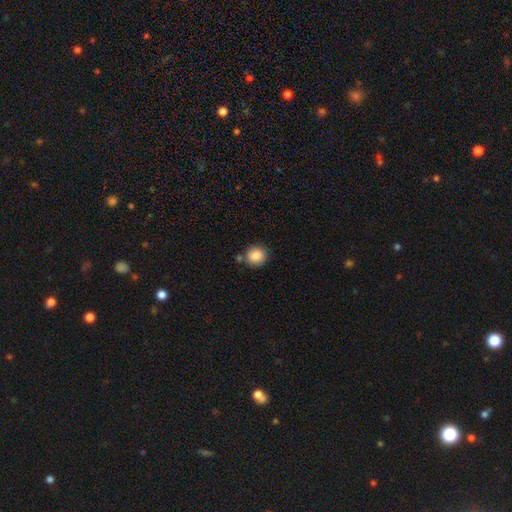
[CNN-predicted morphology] smooth 88%, star or artifact 8%, featured or disk 4%. Down the decision tree: how rounded — round (87%); merging — none (77%).